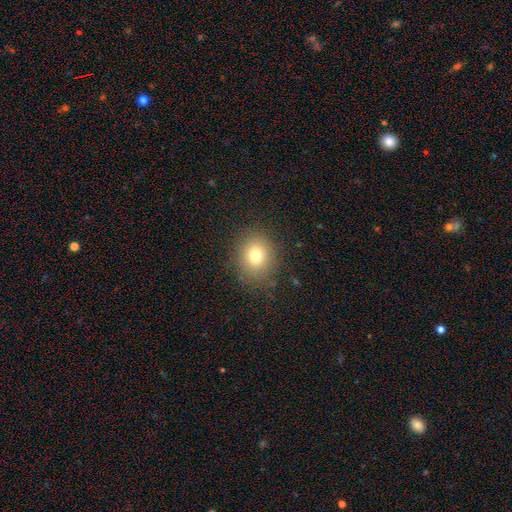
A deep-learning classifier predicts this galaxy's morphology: smooth_or_featured: smooth (p=0.76) [alt: star or artifact p=0.14]
how_rounded: round (p=0.70) [alt: in between p=0.30]
merging: none (p=0.85) [alt: minor disturbance p=0.10]